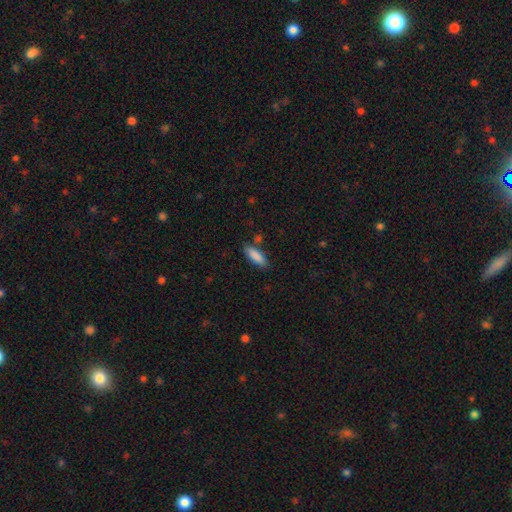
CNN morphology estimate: Smooth or featured?
  - smooth: 87% *
  - star or artifact: 7%
  - featured or disk: 7%
How rounded?
  - in between: 60% *
  - cigar-shaped: 38%
  - round: 2%
Merging?
  - none: 77% *
  - minor disturbance: 15%
  - merger: 5%
  - major disturbance: 3%